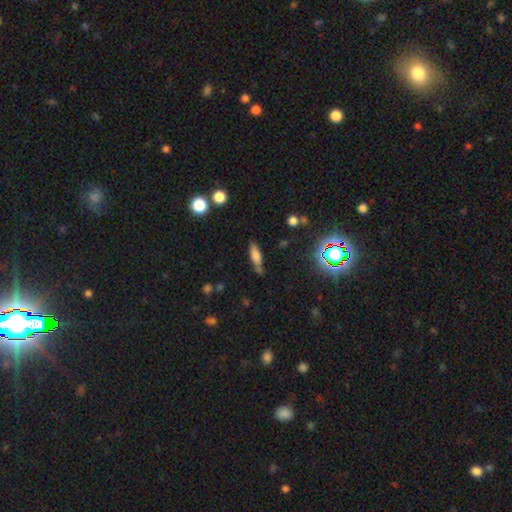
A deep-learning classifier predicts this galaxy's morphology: type=smooth (68%); roundness=cigar-shaped (50%); merging=none (64%).